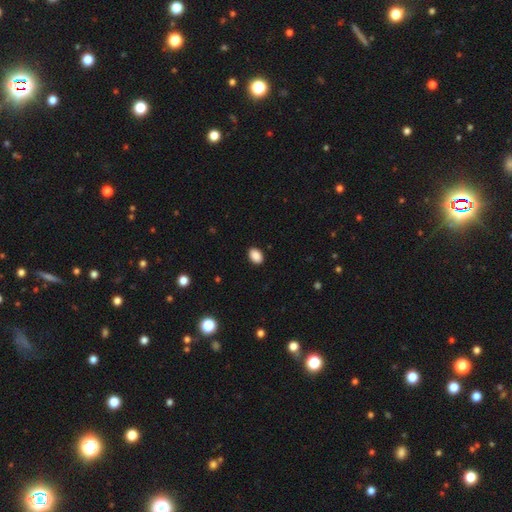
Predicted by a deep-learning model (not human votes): Q: Smooth or featured?
A: smooth (90%); runner-up: star or artifact (8%)
Q: How rounded?
A: in between (81%); runner-up: round (18%)
Q: Merging?
A: none (90%); runner-up: minor disturbance (7%)